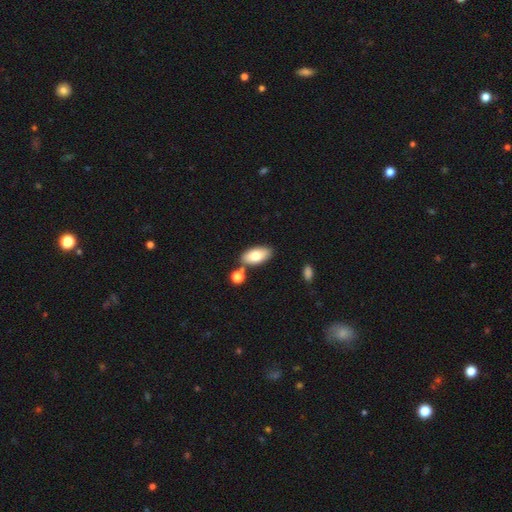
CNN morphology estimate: The model was most divided on "merging": none: 72%, merger: 14%, minor disturbance: 12%, major disturbance: 3%. More confident: how rounded — in between (93%); smooth or featured — smooth (76%).